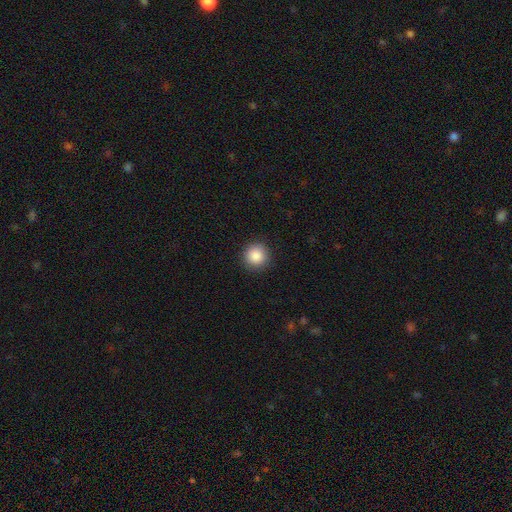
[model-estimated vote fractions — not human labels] Smooth or featured: smooth — 87% (star or artifact — 9%)
How rounded: round — 95% (in between — 4%)
Merging: none — 91% (minor disturbance — 6%)